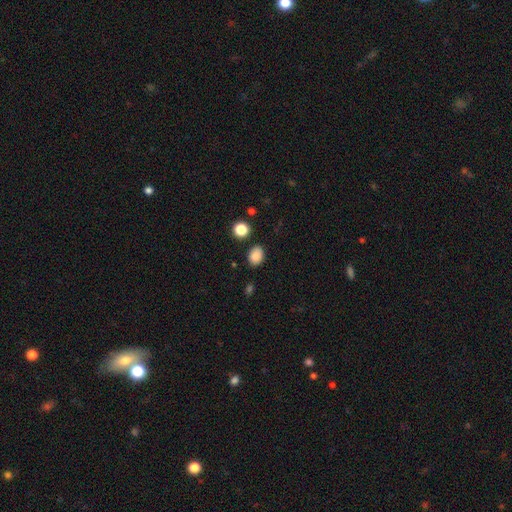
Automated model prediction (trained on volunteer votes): Smooth or featured: smooth — 86% (star or artifact — 10%)
How rounded: in between — 73% (round — 26%)
Merging: none — 82% (minor disturbance — 12%)